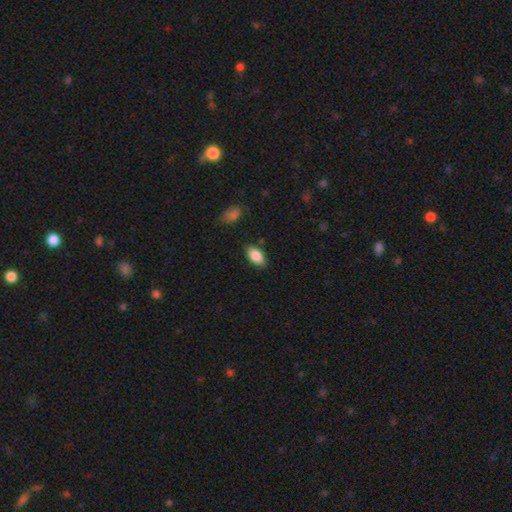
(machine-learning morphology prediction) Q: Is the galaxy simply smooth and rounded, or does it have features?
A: smooth — 87%.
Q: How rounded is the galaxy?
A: in between — 93%.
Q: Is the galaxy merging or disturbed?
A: none — 82%.